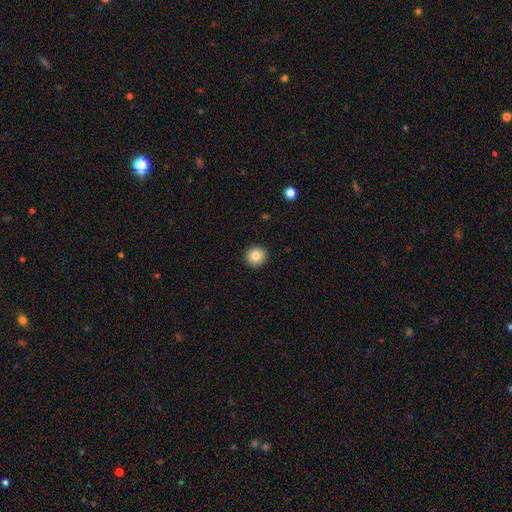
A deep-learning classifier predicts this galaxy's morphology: Q: Smooth or featured?
A: smooth (85%); runner-up: star or artifact (9%)
Q: How rounded?
A: round (93%); runner-up: in between (6%)
Q: Merging?
A: none (93%); runner-up: minor disturbance (5%)